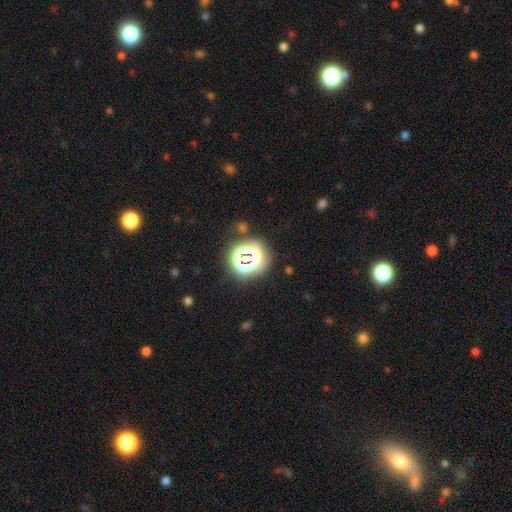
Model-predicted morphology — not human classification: Overall: star or artifact (61%; smooth 29%).